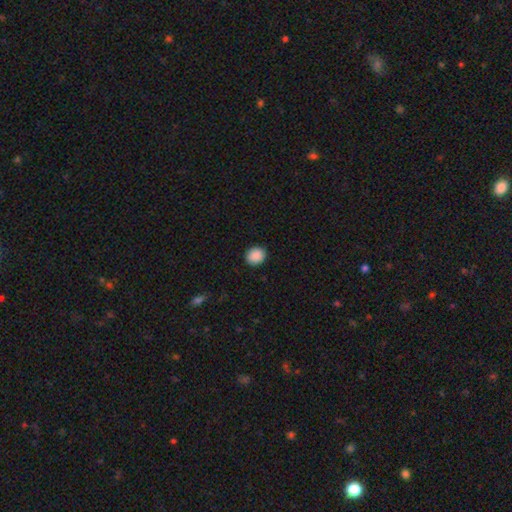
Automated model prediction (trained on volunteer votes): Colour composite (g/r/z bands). It shows a smooth galaxy with no disk features (90%) that is round (75%). Merging: none (91%).